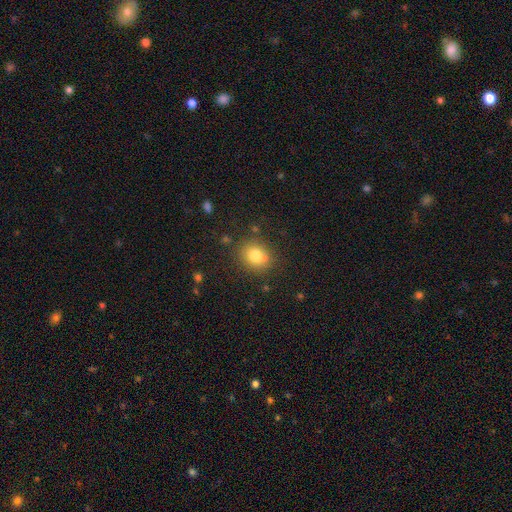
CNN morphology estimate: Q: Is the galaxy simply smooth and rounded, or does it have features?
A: smooth — 79%.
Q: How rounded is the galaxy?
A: round — 73%.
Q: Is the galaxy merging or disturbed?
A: none — 77%.